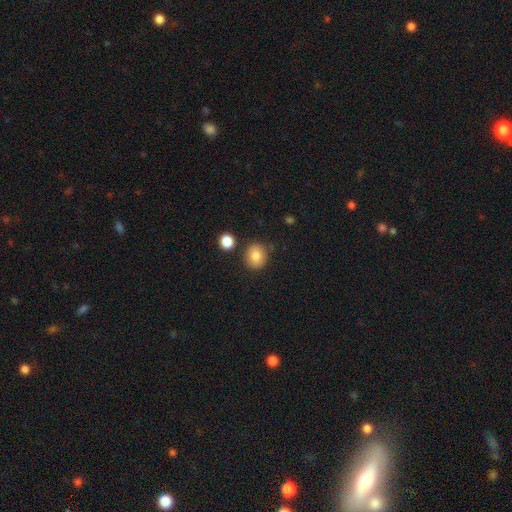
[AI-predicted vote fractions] The model was most divided on "how rounded": round: 81%, in between: 18%, cigar-shaped: 1%. More confident: smooth or featured — smooth (82%); merging — none (81%).